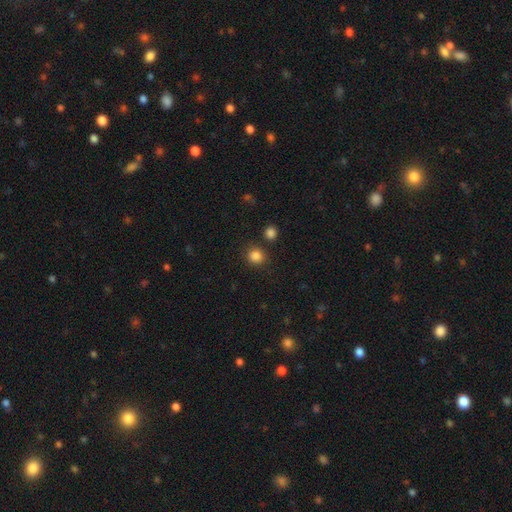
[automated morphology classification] Q: Smooth or featured?
A: smooth (85%); runner-up: star or artifact (12%)
Q: How rounded?
A: round (88%); runner-up: in between (12%)
Q: Merging?
A: none (84%); runner-up: minor disturbance (7%)